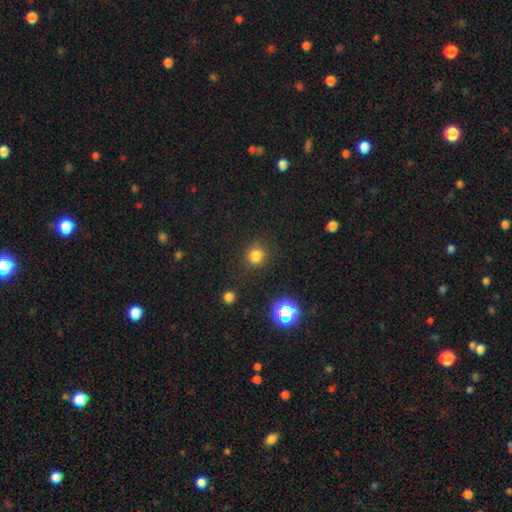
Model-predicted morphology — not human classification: smooth_or_featured: smooth (p=0.80) [alt: star or artifact p=0.15]
how_rounded: round (p=0.92) [alt: in between p=0.07]
merging: none (p=0.87) [alt: minor disturbance p=0.08]